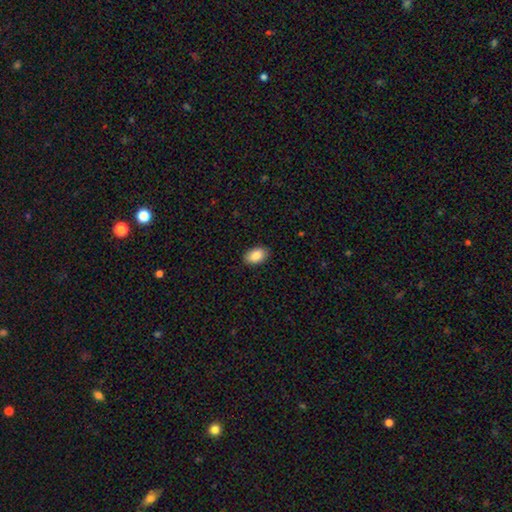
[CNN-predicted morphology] Smooth or featured? Predicted: smooth (p=0.87). How rounded? Predicted: in between (p=0.91). Merging? Predicted: none (p=0.89).